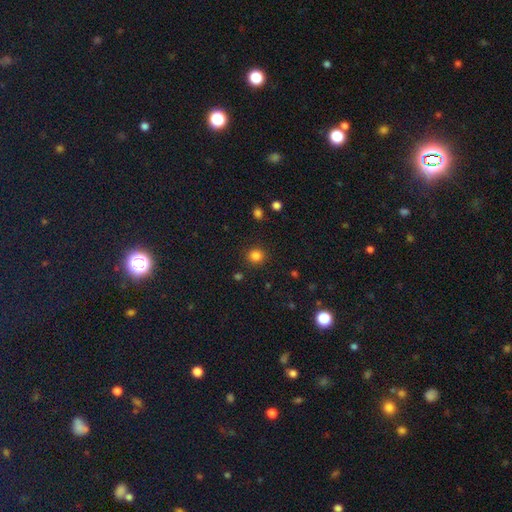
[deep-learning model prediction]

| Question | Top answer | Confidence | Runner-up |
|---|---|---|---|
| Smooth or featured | smooth | 83% | star or artifact (13%) |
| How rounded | round | 90% | in between (9%) |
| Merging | none | 89% | minor disturbance (7%) |